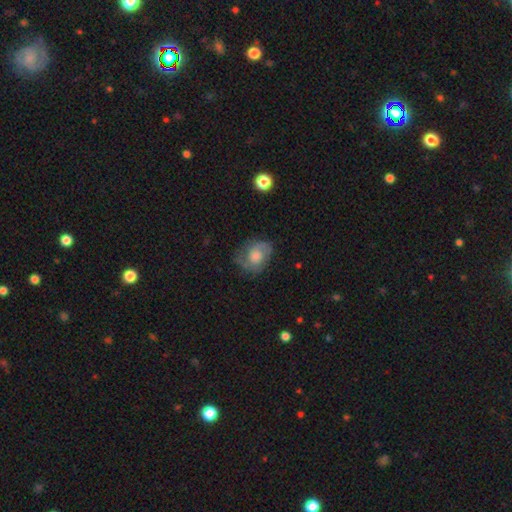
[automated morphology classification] Smooth or featured? featured or disk (60%)
Edge-on disk? no (97%)
Bar? no (73%)
Spiral arms? yes (86%)
Bulge size? moderate (44%)
Merging? none (69%)